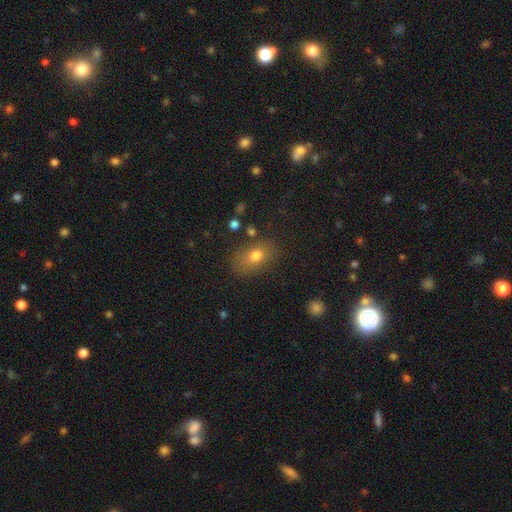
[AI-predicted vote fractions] smooth 74%, featured or disk 14%, star or artifact 12%. Down the decision tree: how rounded — in between (79%); merging — none (73%).